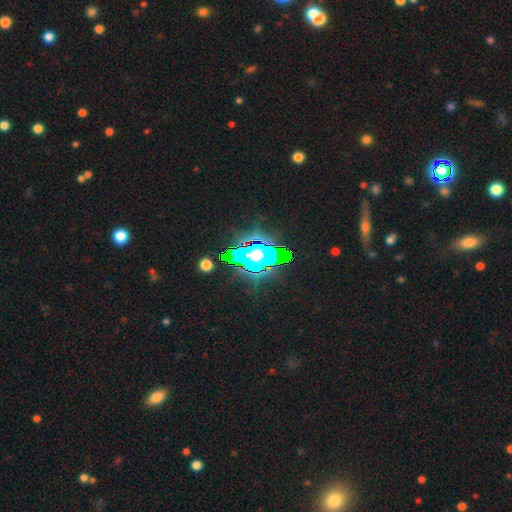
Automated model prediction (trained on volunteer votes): Smooth or featured: star or artifact — 67% (featured or disk — 17%)